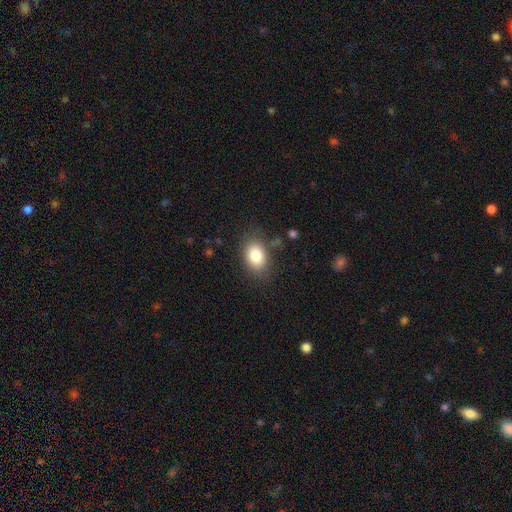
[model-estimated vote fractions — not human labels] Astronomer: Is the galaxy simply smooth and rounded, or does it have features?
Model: smooth — 84%.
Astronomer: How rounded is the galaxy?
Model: in between — 79%.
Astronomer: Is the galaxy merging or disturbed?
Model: none — 79%.